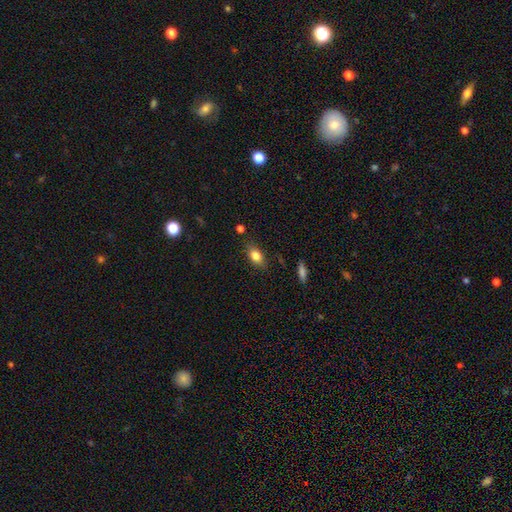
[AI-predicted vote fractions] smooth-or-featured: smooth: 81% | featured or disk: 10% | star or artifact: 9%
  how-rounded: in between: 83% | round: 11% | cigar-shaped: 6%
  merging: none: 81% | minor disturbance: 14% | major disturbance: 3% | merger: 2%